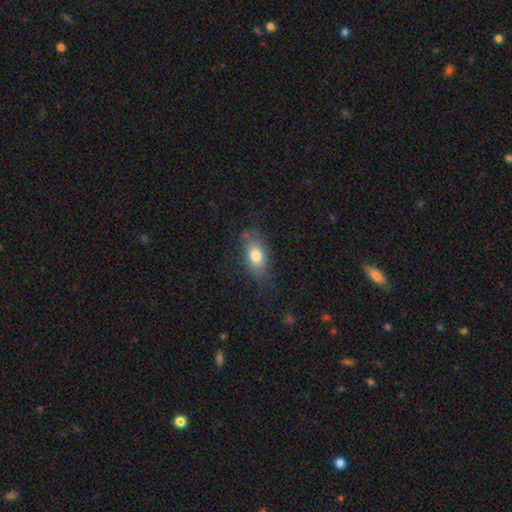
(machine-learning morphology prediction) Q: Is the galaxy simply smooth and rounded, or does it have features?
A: smooth — 78%.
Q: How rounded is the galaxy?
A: in between — 84%.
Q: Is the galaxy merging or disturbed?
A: none — 72%.